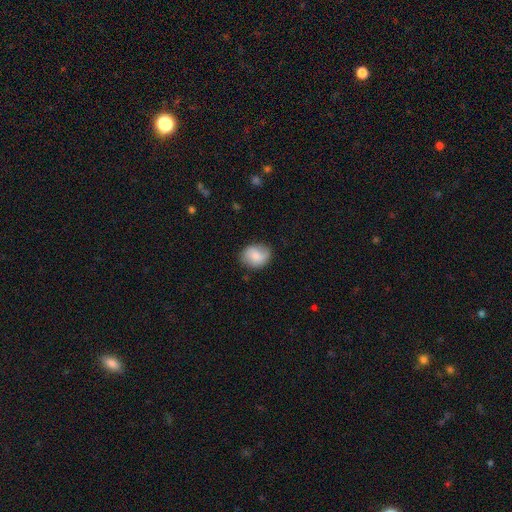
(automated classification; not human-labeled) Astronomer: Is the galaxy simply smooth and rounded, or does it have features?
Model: smooth — 73%.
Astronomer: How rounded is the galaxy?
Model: round — 51% (runner-up: in between, 48%).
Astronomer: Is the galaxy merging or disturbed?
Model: none — 73%.